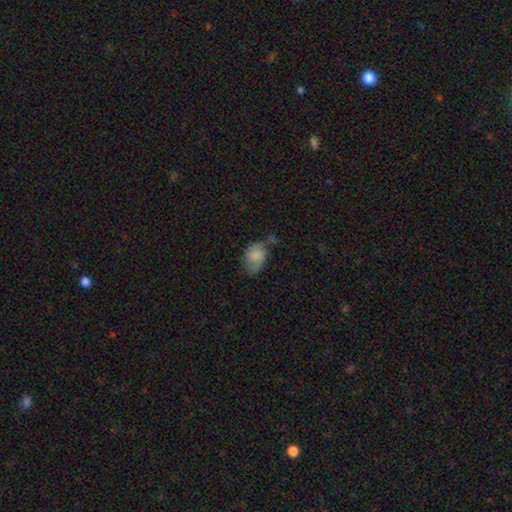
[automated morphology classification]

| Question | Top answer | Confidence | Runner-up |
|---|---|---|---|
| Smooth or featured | smooth | 69% | featured or disk (23%) |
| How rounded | in between | 82% | round (16%) |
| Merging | none | 38% | minor disturbance (35%) |